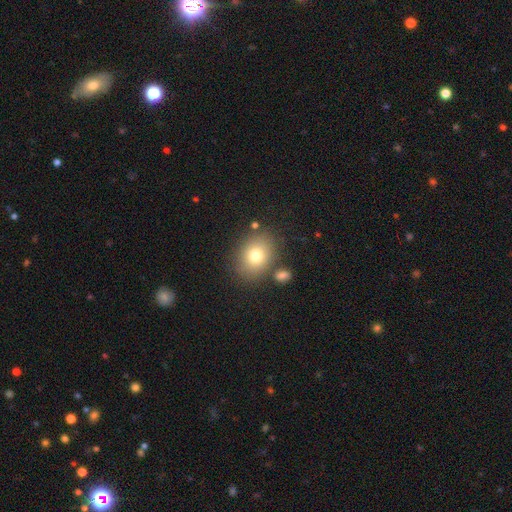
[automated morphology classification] type=smooth (76%); roundness=in between (53%); merging=none (77%).